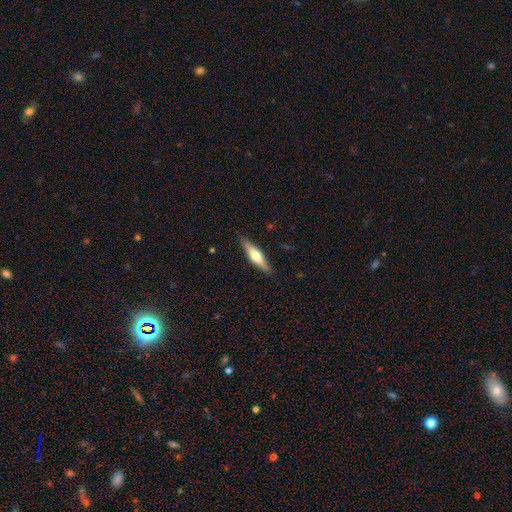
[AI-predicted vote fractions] This is possibly a featured or disk galaxy (54%). It is clearly viewed edge-on (95%). Edge-on bulge: clearly rounded (92%). Merging: clearly none (89%).